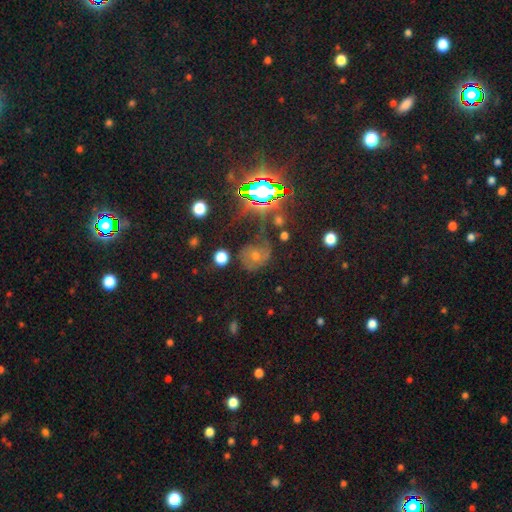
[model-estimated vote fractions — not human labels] Q: Smooth or featured?
A: smooth (37%); tied with: featured or disk (37%)
Q: Merging?
A: none (50%); runner-up: minor disturbance (22%)